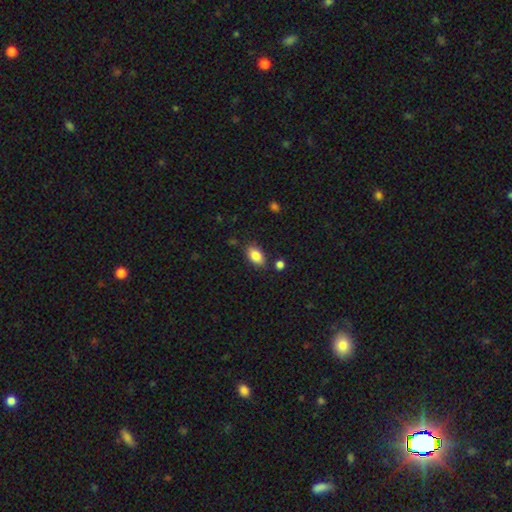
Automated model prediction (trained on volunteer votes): Q: Smooth or featured?
A: smooth (85%); runner-up: star or artifact (8%)
Q: How rounded?
A: in between (90%); runner-up: round (7%)
Q: Merging?
A: none (80%); runner-up: minor disturbance (13%)